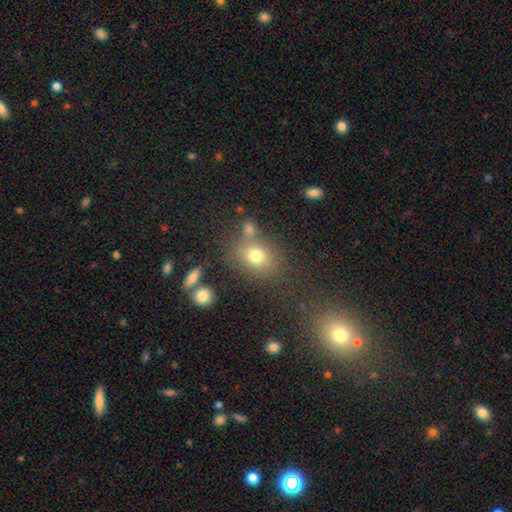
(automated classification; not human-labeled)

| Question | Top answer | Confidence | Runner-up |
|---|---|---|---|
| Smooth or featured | smooth | 73% | star or artifact (15%) |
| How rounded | in between | 54% | round (45%) |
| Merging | none | 66% | merger (14%) |